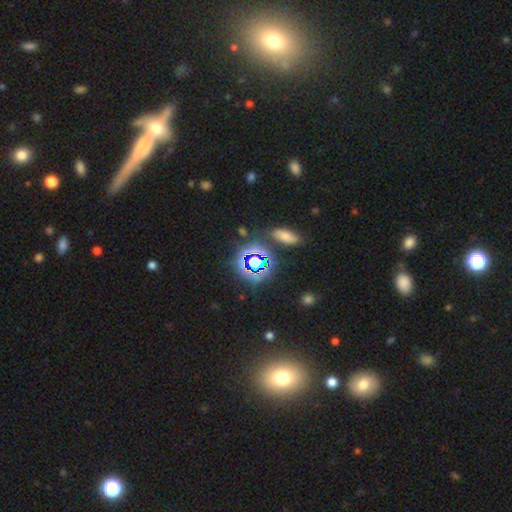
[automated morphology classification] Smooth or featured?
  - star or artifact: 46% *
  - smooth: 31%
  - featured or disk: 23%